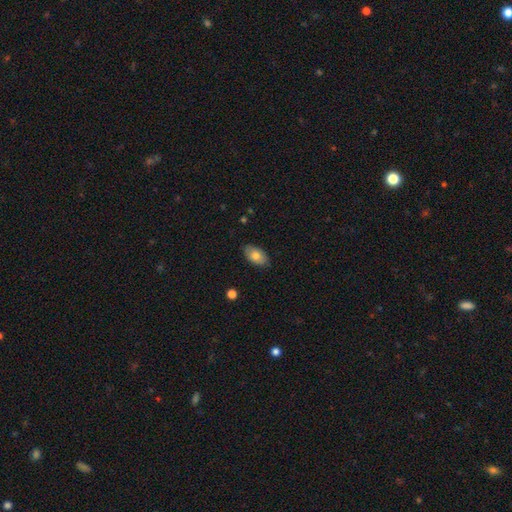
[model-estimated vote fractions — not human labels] Overall: smooth (78%). How rounded: in between (93%). Merging: none (85%).